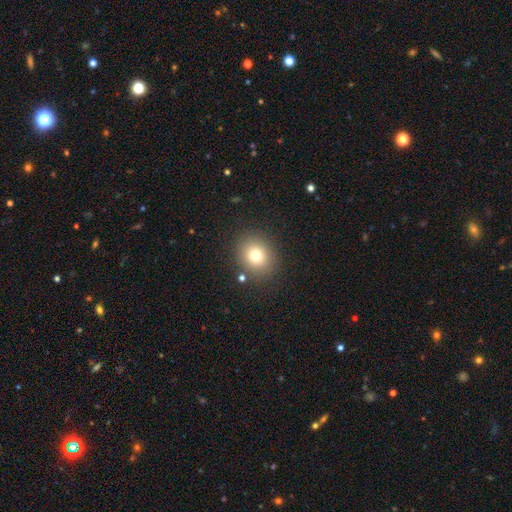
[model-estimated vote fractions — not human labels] Smooth or featured? smooth (75%)
How rounded? round (74%)
Merging? none (85%)